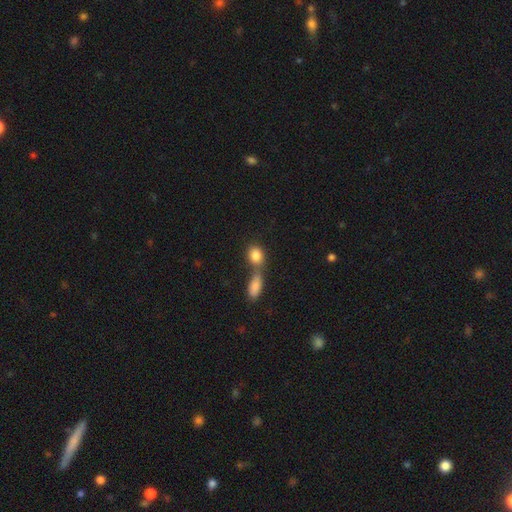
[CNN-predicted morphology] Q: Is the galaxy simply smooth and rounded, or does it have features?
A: smooth — 84%.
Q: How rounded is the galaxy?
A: in between — 50%.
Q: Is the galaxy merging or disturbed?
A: merger — 52%.